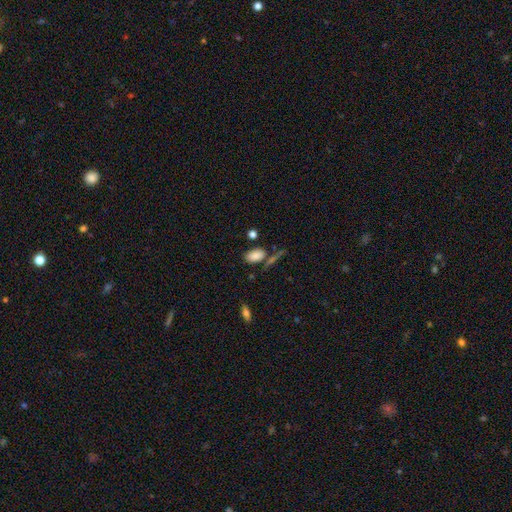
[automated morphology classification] smooth 83%, star or artifact 9%, featured or disk 7%. Down the decision tree: how rounded — in between (92%); merging — none (66%).